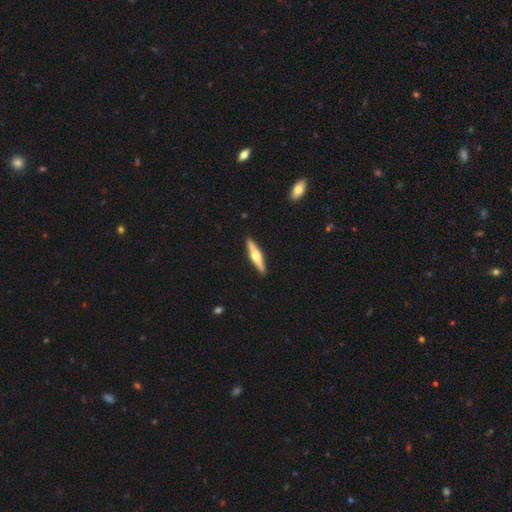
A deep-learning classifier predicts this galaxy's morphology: Q: Smooth or featured?
A: featured or disk (63%); runner-up: smooth (32%)
Q: Edge-on disk?
A: yes (97%); runner-up: no (3%)
Q: Edge-on bulge?
A: rounded (94%); runner-up: boxy (3%)
Q: Merging?
A: none (92%); runner-up: minor disturbance (6%)